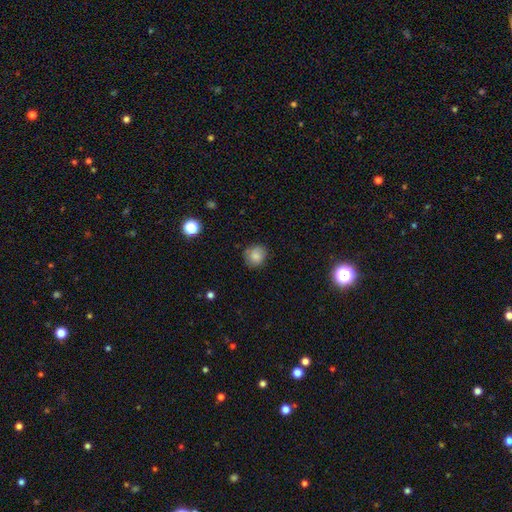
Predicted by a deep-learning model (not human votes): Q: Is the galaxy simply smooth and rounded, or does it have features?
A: smooth — 83%.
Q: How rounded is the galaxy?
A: round — 80%.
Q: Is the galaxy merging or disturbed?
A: none — 78%.